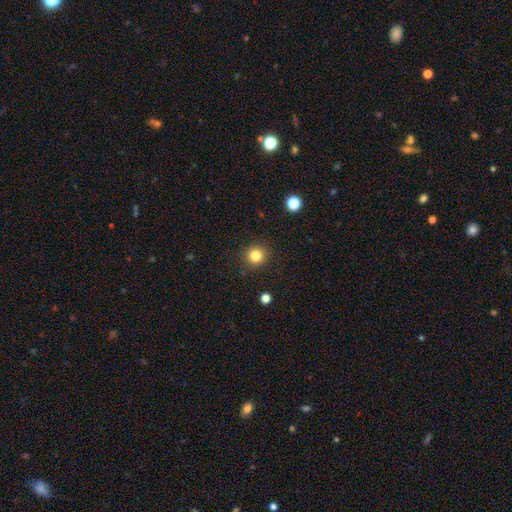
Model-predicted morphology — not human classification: Smooth or featured? Predicted: smooth (p=0.83). How rounded? Predicted: round (p=0.92). Merging? Predicted: none (p=0.90).